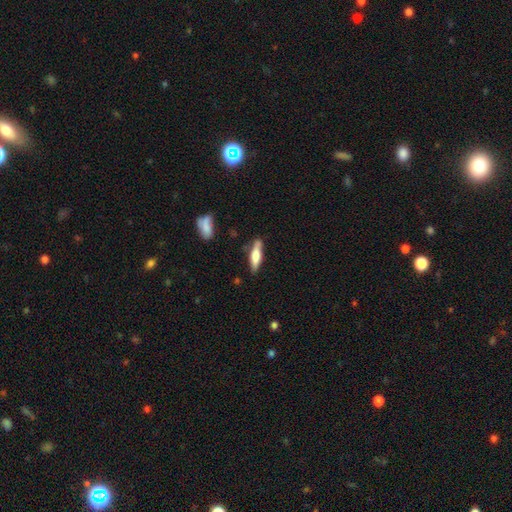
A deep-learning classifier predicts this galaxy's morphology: smooth 62%, featured or disk 32%, star or artifact 6%. Down the decision tree: how rounded — cigar-shaped (67%); merging — none (77%).